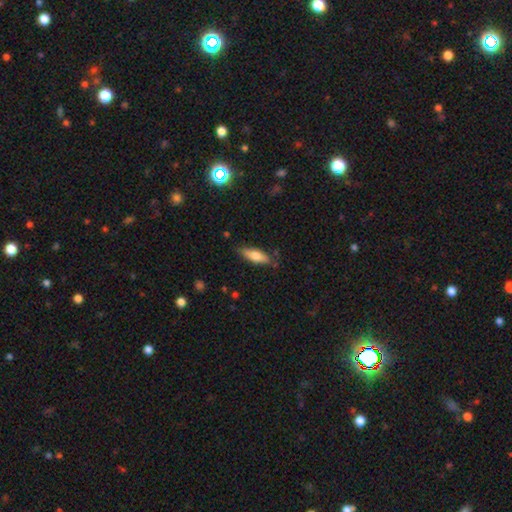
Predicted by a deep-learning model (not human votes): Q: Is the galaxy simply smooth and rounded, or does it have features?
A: smooth — 67%.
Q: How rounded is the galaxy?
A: in between — 59%.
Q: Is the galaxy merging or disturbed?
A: none — 79%.